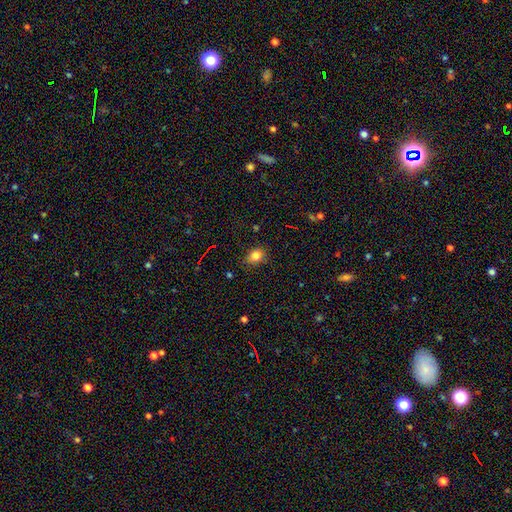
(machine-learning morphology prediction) smooth_or_featured: smooth (p=0.82) [alt: star or artifact p=0.12]
how_rounded: round (p=0.56) [alt: in between p=0.43]
merging: none (p=0.81) [alt: minor disturbance p=0.14]